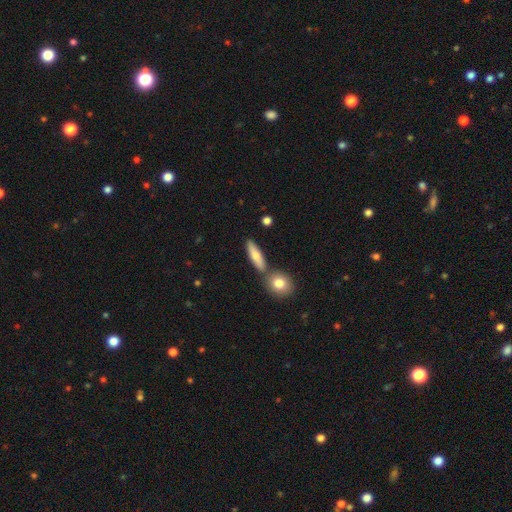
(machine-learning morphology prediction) Smooth or featured? Predicted: smooth (p=0.71). How rounded? Predicted: cigar-shaped (p=0.59). Merging? Predicted: none (p=0.71).